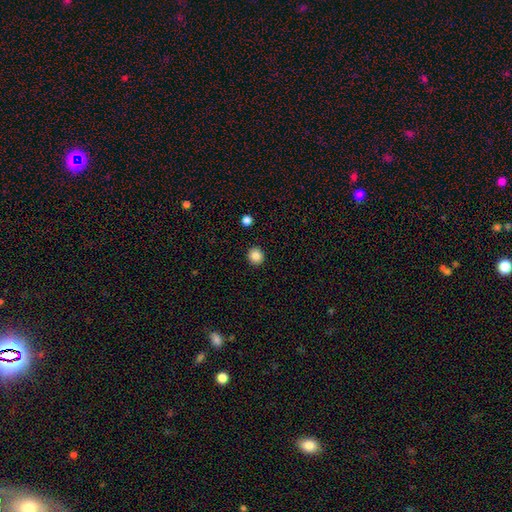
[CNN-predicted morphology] Q: Smooth or featured?
A: smooth (87%); runner-up: star or artifact (10%)
Q: How rounded?
A: round (92%); runner-up: in between (7%)
Q: Merging?
A: none (93%); runner-up: minor disturbance (4%)